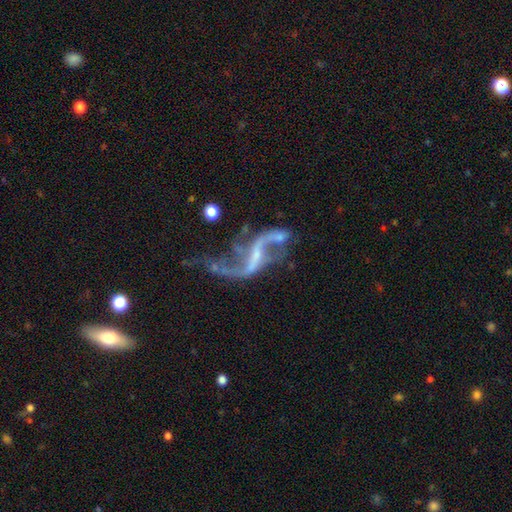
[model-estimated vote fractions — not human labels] Q: Smooth or featured?
A: featured or disk (88%); runner-up: star or artifact (7%)
Q: Edge-on disk?
A: no (95%); runner-up: yes (5%)
Q: Bar?
A: weak (39%); runner-up: strong (37%)
Q: Spiral arms?
A: yes (91%); runner-up: no (9%)
Q: Spiral winding?
A: loose (91%); runner-up: medium (7%)
Q: Spiral arm count?
A: 2 (87%); runner-up: 1 (5%)
Q: Bulge size?
A: small (56%); runner-up: none (29%)
Q: Merging?
A: none (39%); runner-up: major disturbance (29%)